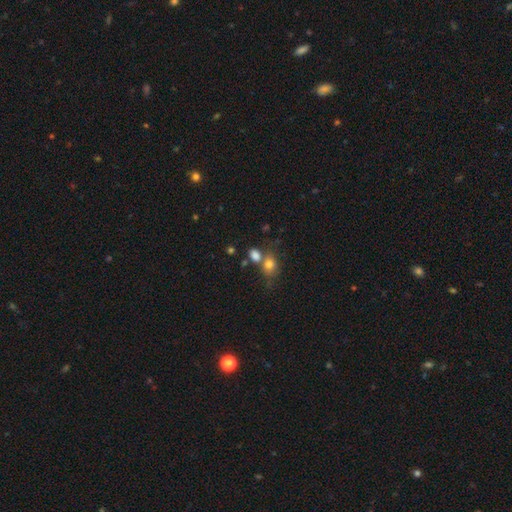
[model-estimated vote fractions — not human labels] Morphology: type=smooth (78%); roundness=in between (61%); merging=none (45%).